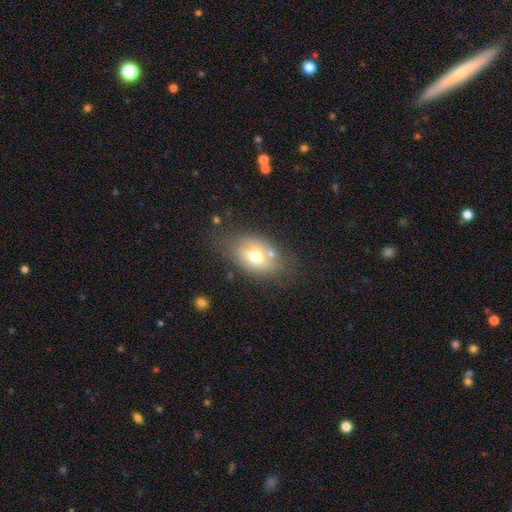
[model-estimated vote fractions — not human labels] Smooth or featured? Predicted: smooth (p=0.65). How rounded? Predicted: in between (p=0.80). Merging? Predicted: none (p=0.62).